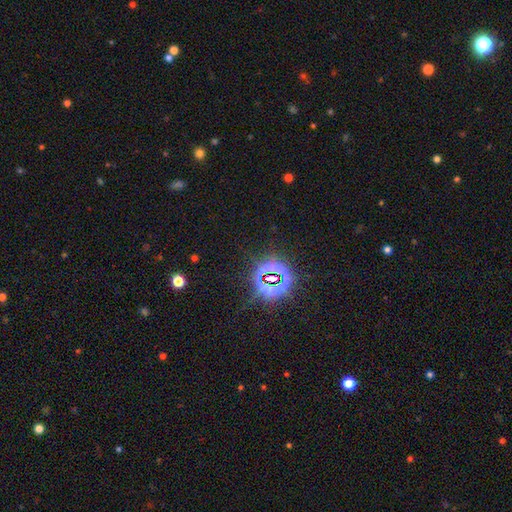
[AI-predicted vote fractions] A star or artifact, not a galaxy (84%).